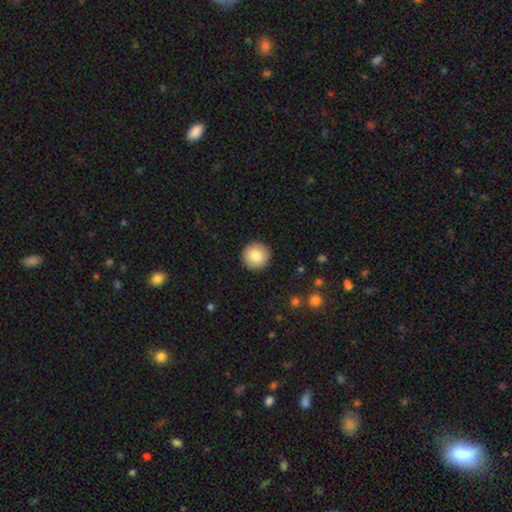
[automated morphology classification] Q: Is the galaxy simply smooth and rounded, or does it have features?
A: smooth — 85%.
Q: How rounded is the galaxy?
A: round — 96%.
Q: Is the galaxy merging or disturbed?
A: none — 92%.